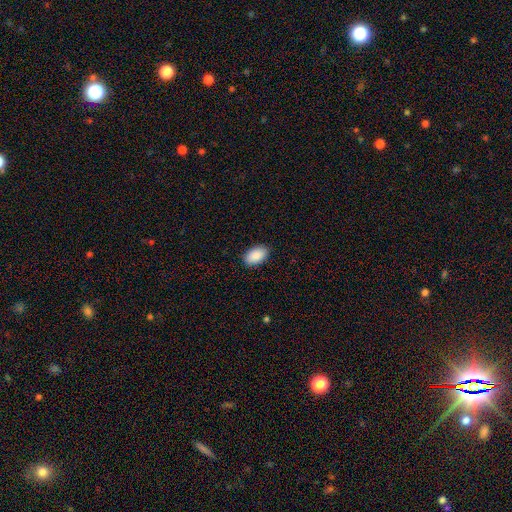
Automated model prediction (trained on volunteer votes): This is clearly a smooth galaxy (90%). How rounded: clearly in between (94%). Merging: clearly none (89%).